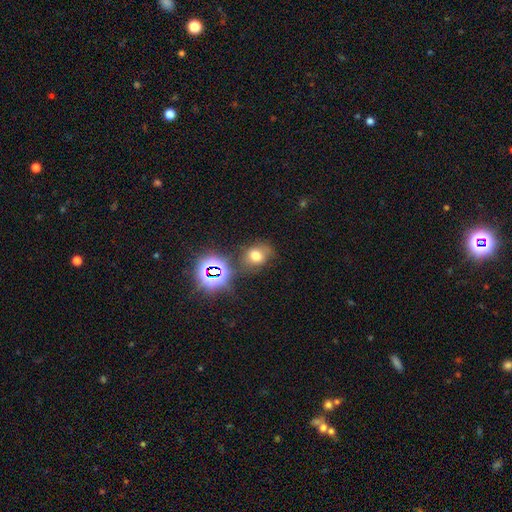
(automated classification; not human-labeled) This is likely a smooth galaxy (63%). How rounded: possibly round (50%). Merging: likely none (65%).